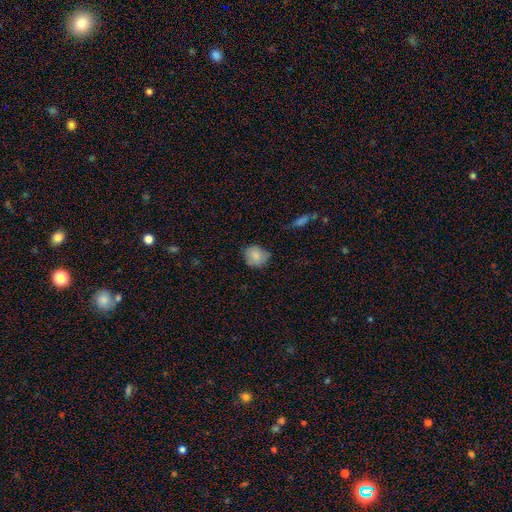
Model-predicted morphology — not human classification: Smooth or featured: smooth — 84% (star or artifact — 8%)
How rounded: round — 79% (in between — 20%)
Merging: none — 73% (minor disturbance — 22%)